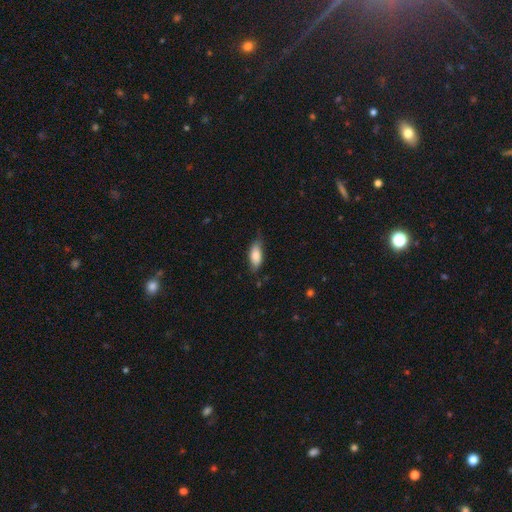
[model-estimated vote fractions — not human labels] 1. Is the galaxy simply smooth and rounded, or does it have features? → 80% smooth, 14% featured or disk, 6% star or artifact.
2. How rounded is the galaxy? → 81% in between, 17% cigar-shaped, 2% round.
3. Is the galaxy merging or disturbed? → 66% none, 27% minor disturbance, 5% major disturbance, 1% merger.